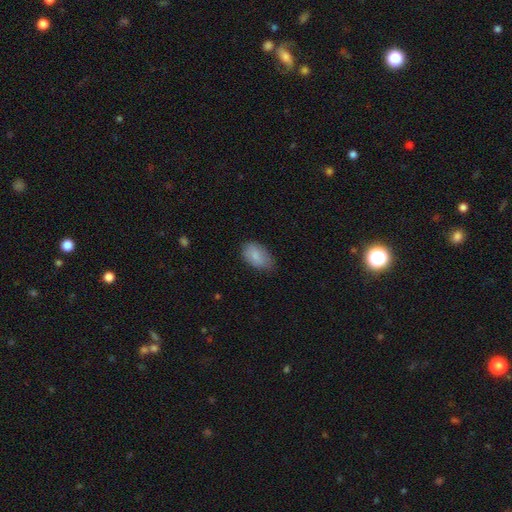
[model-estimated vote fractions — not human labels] This appears to be a smooth galaxy with no disk features (83%) that is in between round and cigar-shaped (92%). Merging: none (66%).